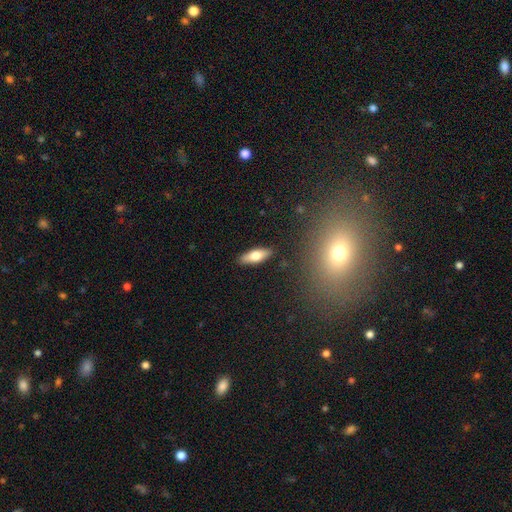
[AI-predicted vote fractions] Morphology: type=smooth (69%); roundness=in between (66%); merging=none (88%).